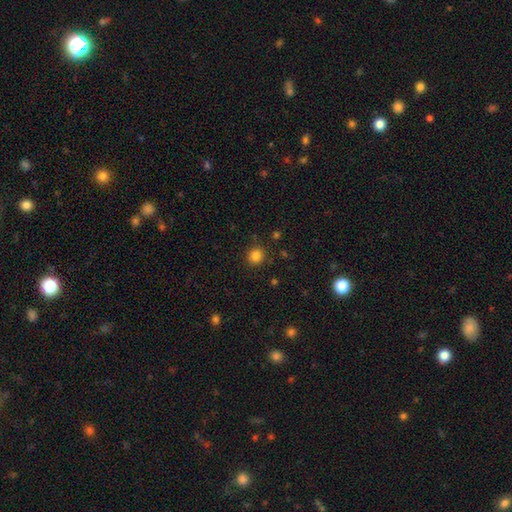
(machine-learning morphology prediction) Smooth or featured: smooth — 83% (star or artifact — 12%)
How rounded: round — 88% (in between — 11%)
Merging: none — 89% (minor disturbance — 7%)